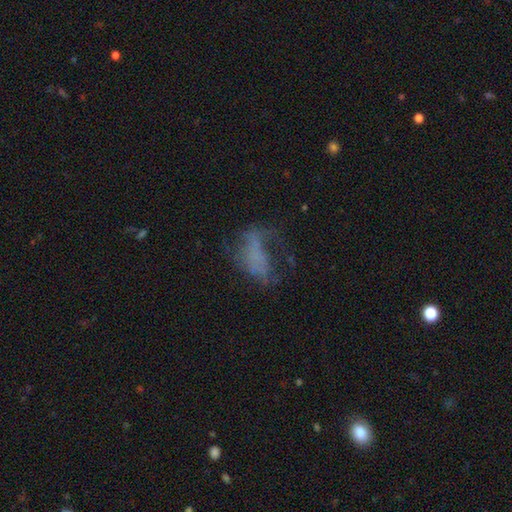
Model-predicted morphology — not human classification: Smooth or featured? featured or disk (42%)
Merging? major disturbance (45%)